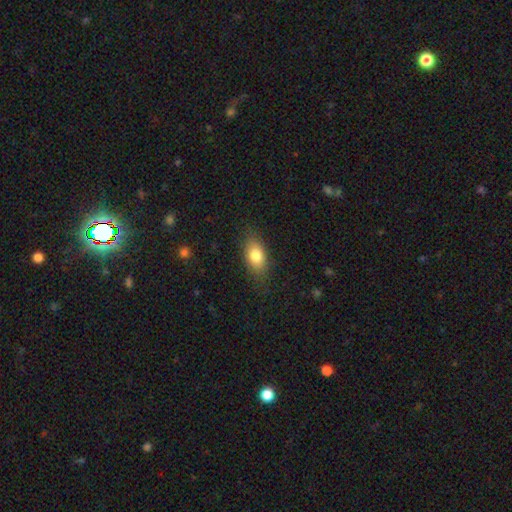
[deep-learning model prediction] Smooth or featured? Predicted: smooth (p=0.80). How rounded? Predicted: in between (p=0.86). Merging? Predicted: none (p=0.82).